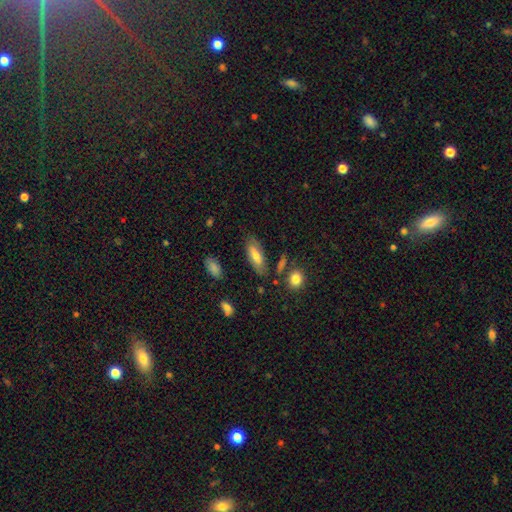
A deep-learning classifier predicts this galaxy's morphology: smooth-or-featured: smooth: 67% | featured or disk: 26% | star or artifact: 7%
  how-rounded: in between: 71% | cigar-shaped: 26% | round: 3%
  merging: none: 73% | minor disturbance: 17% | major disturbance: 5% | merger: 5%